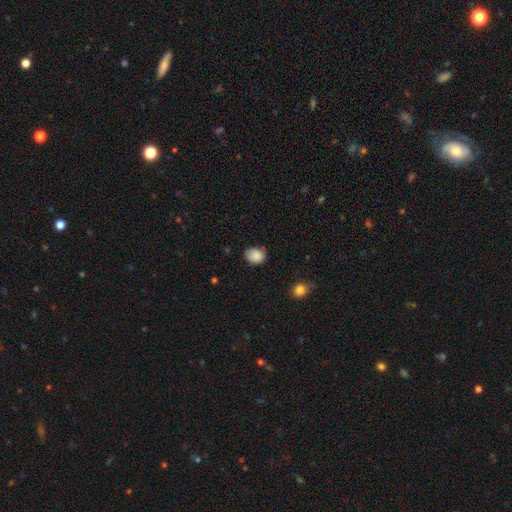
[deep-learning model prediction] The model was most divided on "how rounded": in between: 53%, round: 46%, cigar-shaped: 1%. More confident: smooth or featured — smooth (87%); merging — none (67%).